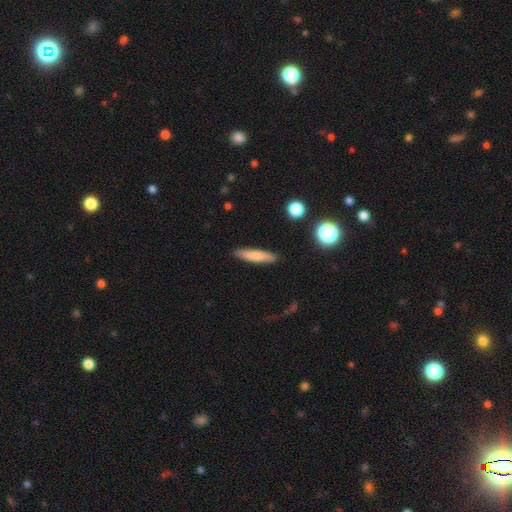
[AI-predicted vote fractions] Smooth or featured? smooth (76%)
How rounded? cigar-shaped (83%)
Merging? none (88%)